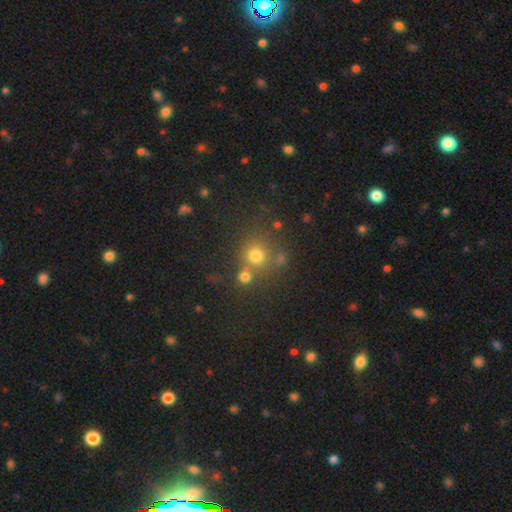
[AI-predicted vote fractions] Q: Smooth or featured?
A: smooth (69%); runner-up: star or artifact (21%)
Q: How rounded?
A: round (89%); runner-up: in between (10%)
Q: Merging?
A: none (61%); runner-up: merger (25%)